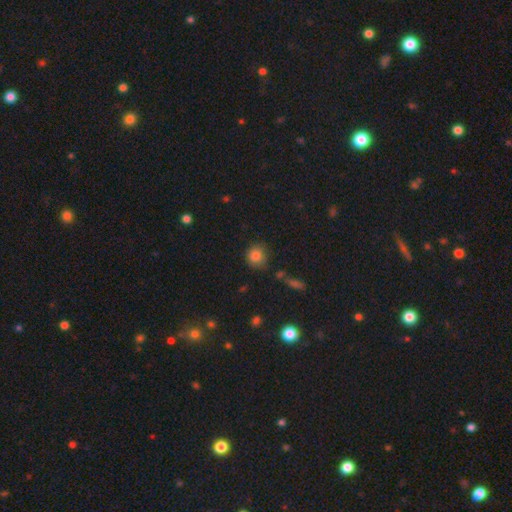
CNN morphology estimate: Smooth or featured?
  - smooth: 82% *
  - star or artifact: 11%
  - featured or disk: 7%
How rounded?
  - round: 87% *
  - in between: 12%
  - cigar-shaped: 1%
Merging?
  - none: 78% *
  - minor disturbance: 15%
  - major disturbance: 4%
  - merger: 3%